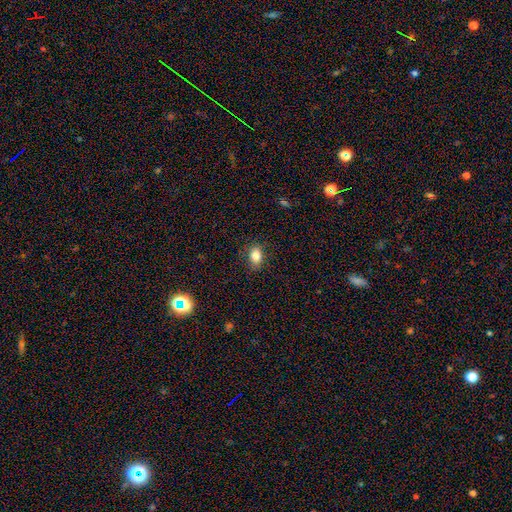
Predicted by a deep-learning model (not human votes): A smooth galaxy with no disk features (82%) that is in between round and cigar-shaped (72%).

Vote fractions:
- Smooth or featured? smooth: 82% / star or artifact: 10% / featured or disk: 7%
- How rounded? in between: 72% / round: 26% / cigar-shaped: 1%
- Merging? none: 84% / minor disturbance: 12% / major disturbance: 3% / merger: 1%